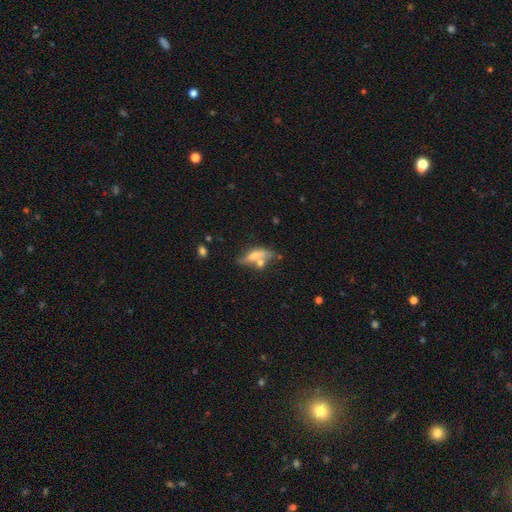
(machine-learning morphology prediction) smooth_or_featured: smooth (p=0.57) [alt: featured or disk p=0.35]
how_rounded: in between (p=0.50) [alt: cigar-shaped p=0.46]
merging: none (p=0.42) [alt: merger p=0.29]